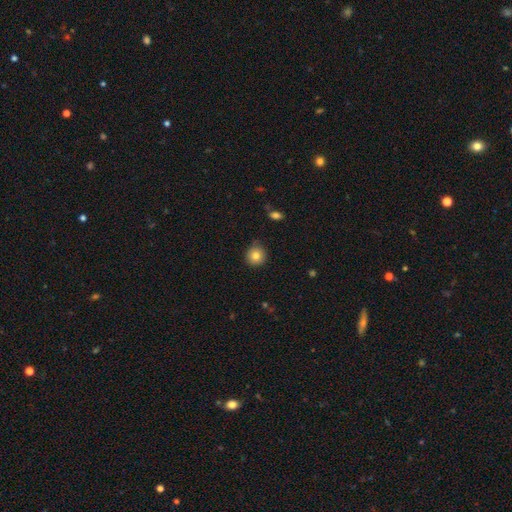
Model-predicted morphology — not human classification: smooth_or_featured: smooth (p=0.82) [alt: star or artifact p=0.10]
how_rounded: round (p=0.92) [alt: in between p=0.07]
merging: none (p=0.85) [alt: minor disturbance p=0.11]